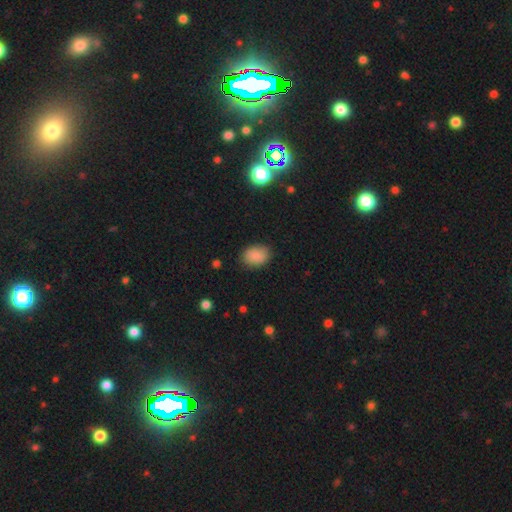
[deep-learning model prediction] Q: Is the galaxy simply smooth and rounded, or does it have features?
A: smooth — 87%.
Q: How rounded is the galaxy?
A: in between — 74%.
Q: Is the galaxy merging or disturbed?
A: none — 83%.